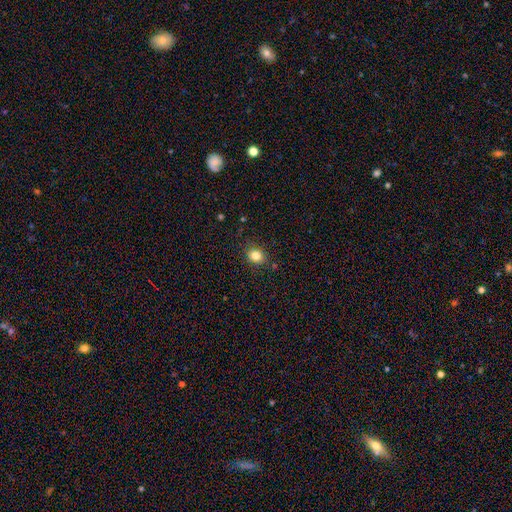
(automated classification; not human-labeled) smooth 82%, star or artifact 12%, featured or disk 6%. Down the decision tree: how rounded — round (60%); merging — none (85%).